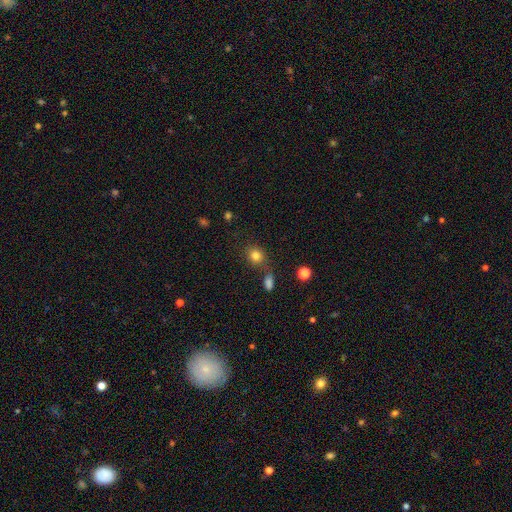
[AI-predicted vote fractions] Smooth or featured? Predicted: smooth (p=0.82). How rounded? Predicted: round (p=0.75). Merging? Predicted: none (p=0.72).